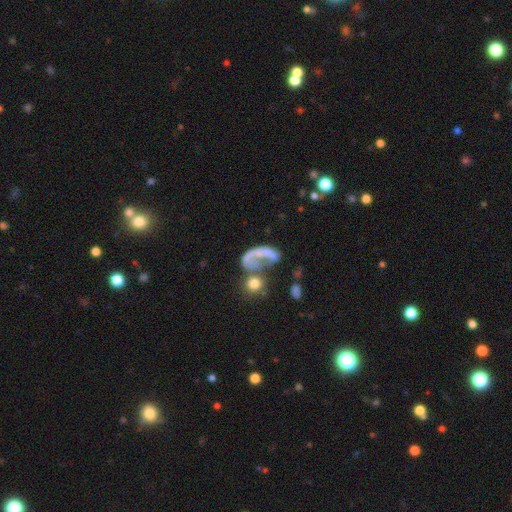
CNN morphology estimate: A featured or disk galaxy (50%). Merging: major disturbance (38%).